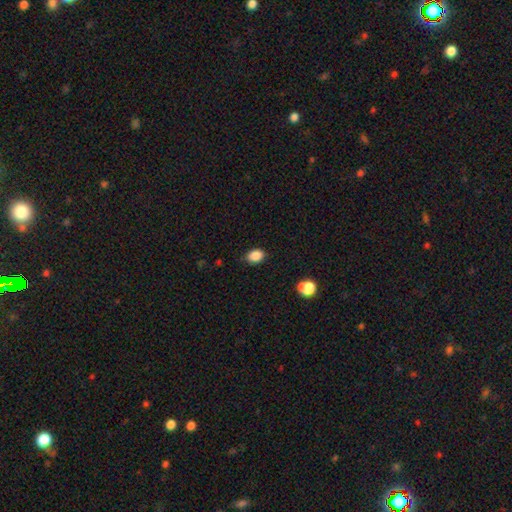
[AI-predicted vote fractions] smooth_or_featured: smooth (p=0.87) [alt: star or artifact p=0.09]
how_rounded: in between (p=0.73) [alt: round p=0.26]
merging: none (p=0.82) [alt: minor disturbance p=0.14]